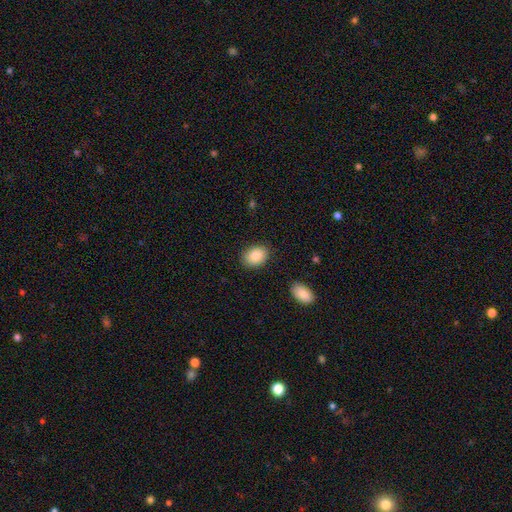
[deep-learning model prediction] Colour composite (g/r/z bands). It shows a smooth galaxy with no disk features (87%) that is in between round and cigar-shaped (73%). Merging: none (86%).